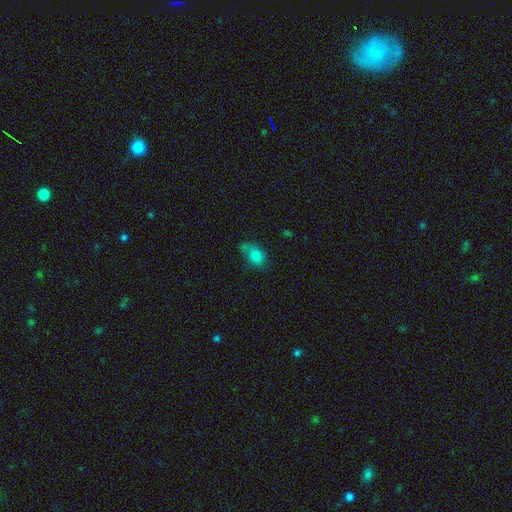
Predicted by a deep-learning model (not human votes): This appears to be a smooth galaxy with no disk features (80%) that is in between round and cigar-shaped (73%). Merging: none (42%).